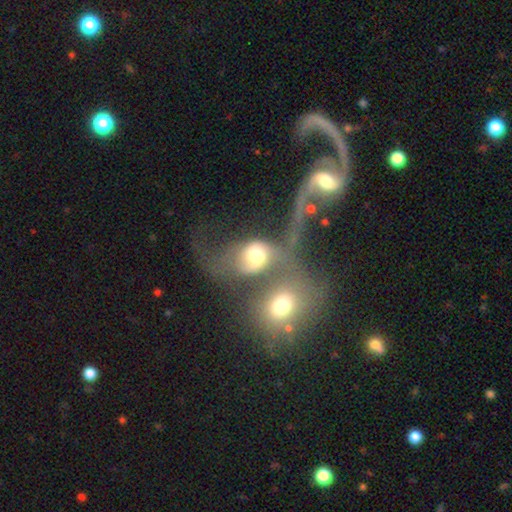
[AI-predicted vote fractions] Smooth or featured? smooth (46%)
Merging? merger (65%)